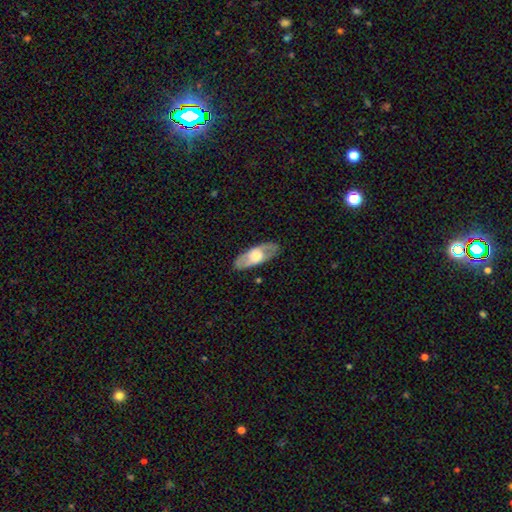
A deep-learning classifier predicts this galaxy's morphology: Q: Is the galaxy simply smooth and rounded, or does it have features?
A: featured or disk — 48%.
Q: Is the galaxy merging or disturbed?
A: none — 83%.